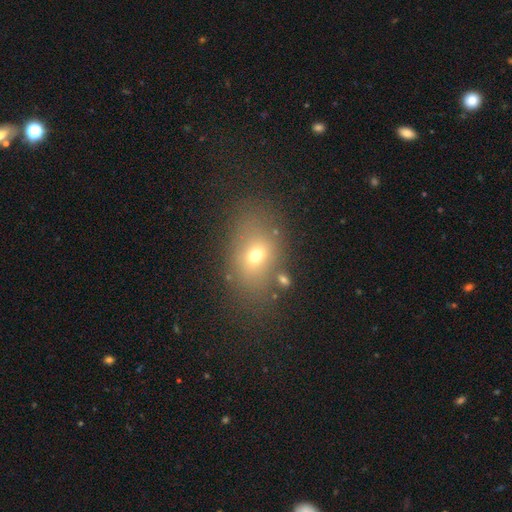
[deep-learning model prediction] Overall: smooth (65%). How rounded: in between (71%). Merging: none (73%).